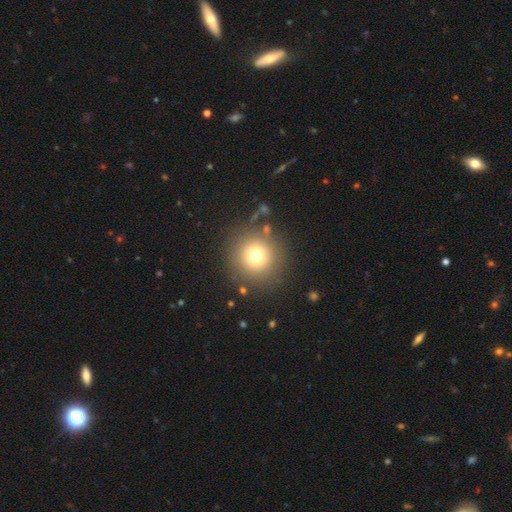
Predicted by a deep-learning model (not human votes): This is likely a smooth galaxy (73%). How rounded: clearly round (95%). Merging: clearly none (84%).